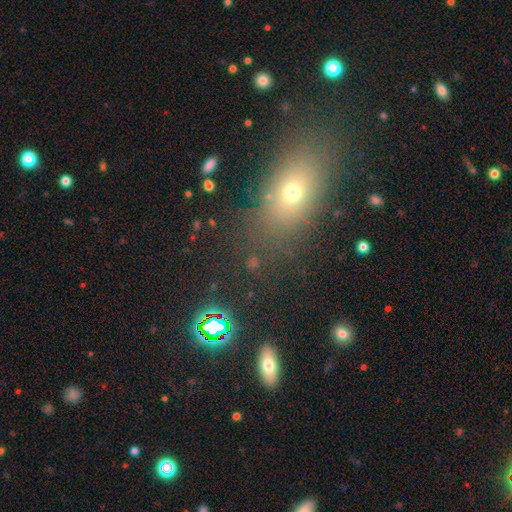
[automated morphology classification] A smooth galaxy with no disk features (57%) that is in between round and cigar-shaped (69%).

Vote fractions:
- Smooth or featured? smooth: 57% / star or artifact: 28% / featured or disk: 15%
- How rounded? in between: 69% / round: 22% / cigar-shaped: 9%
- Merging? none: 82% / minor disturbance: 10% / major disturbance: 5% / merger: 3%